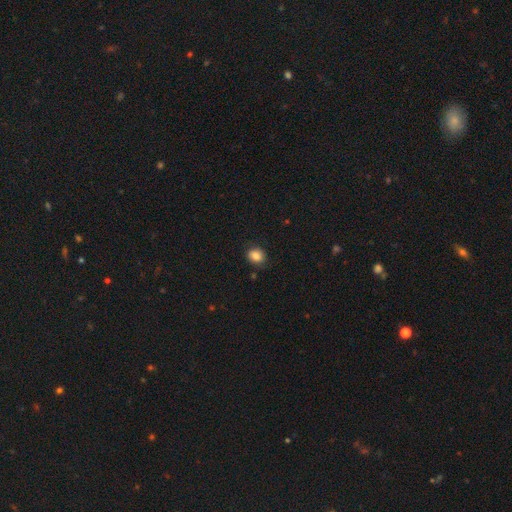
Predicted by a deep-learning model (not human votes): Smooth or featured? smooth (84%)
How rounded? round (58%)
Merging? none (81%)